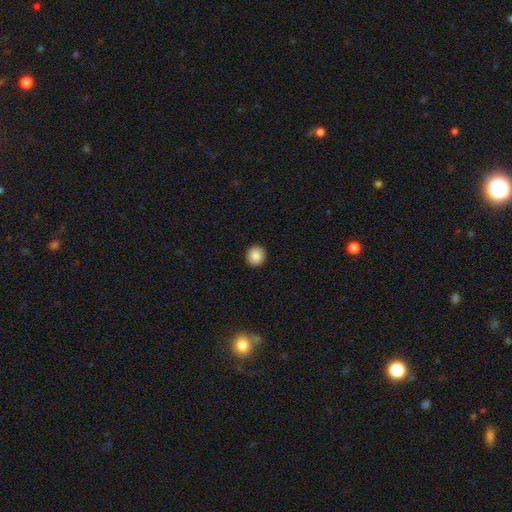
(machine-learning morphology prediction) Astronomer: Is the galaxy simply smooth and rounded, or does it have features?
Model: smooth — 88%.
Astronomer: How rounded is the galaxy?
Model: round — 91%.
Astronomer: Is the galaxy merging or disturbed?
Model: none — 93%.